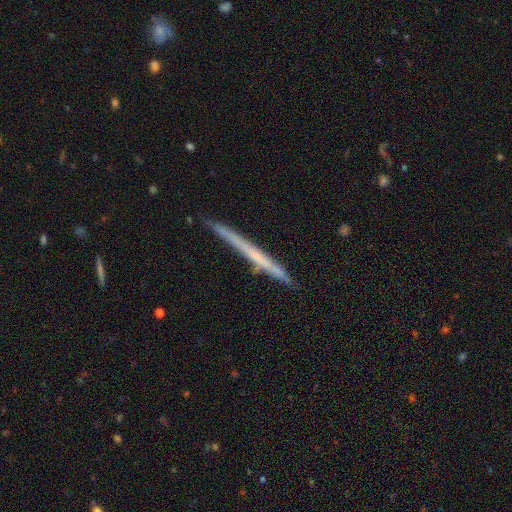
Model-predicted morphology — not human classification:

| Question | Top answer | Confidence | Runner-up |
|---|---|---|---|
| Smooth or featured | featured or disk | 54% | smooth (41%) |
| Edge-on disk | yes | 97% | no (3%) |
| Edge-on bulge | none | 89% | rounded (7%) |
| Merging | none | 88% | minor disturbance (9%) |